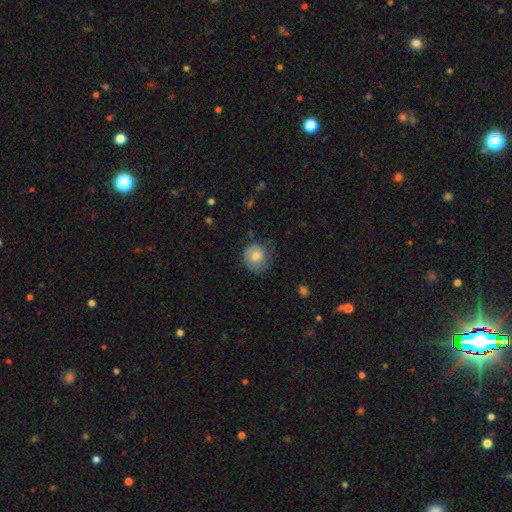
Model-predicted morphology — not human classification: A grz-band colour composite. It shows a smooth galaxy with no disk features (63%) that is round (86%). Merging: none (65%).